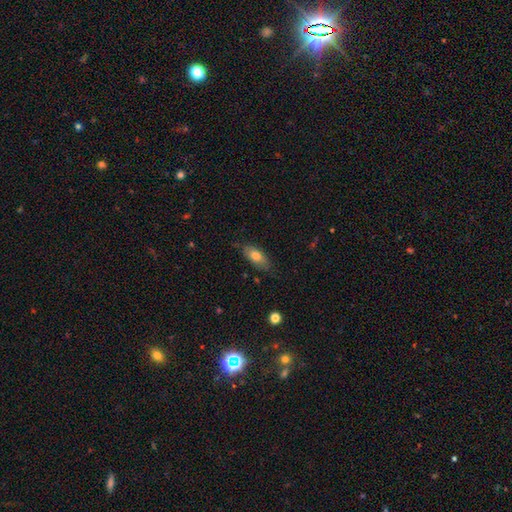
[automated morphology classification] This appears to be a smooth galaxy with no disk features (74%) that is in between round and cigar-shaped (83%). Merging: none (76%).